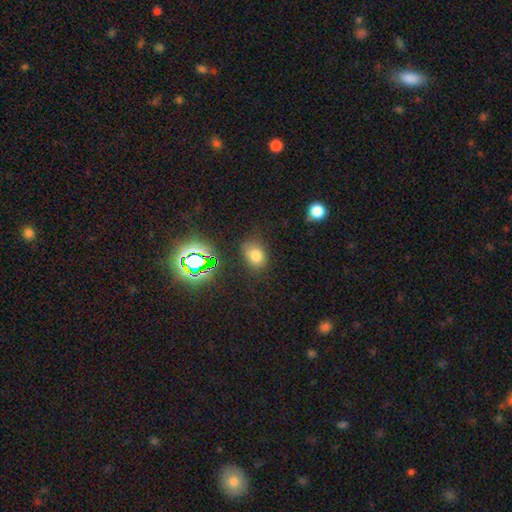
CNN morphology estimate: type=smooth (73%); roundness=in between (64%); merging=none (72%).